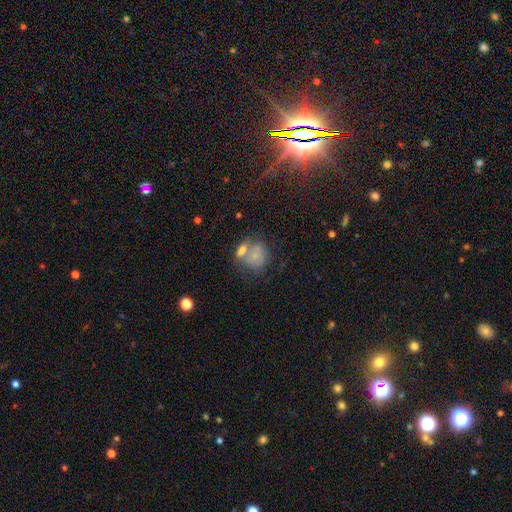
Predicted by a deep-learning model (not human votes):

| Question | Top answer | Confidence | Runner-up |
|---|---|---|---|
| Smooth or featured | smooth | 68% | featured or disk (22%) |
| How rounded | round | 66% | in between (33%) |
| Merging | merger | 44% | none (32%) |